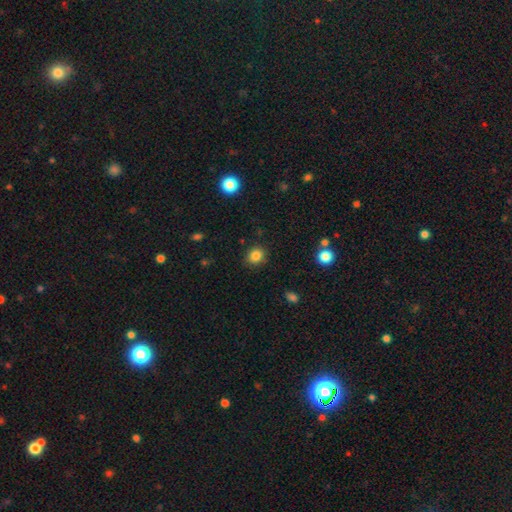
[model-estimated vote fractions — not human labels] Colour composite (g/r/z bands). It shows a smooth galaxy with no disk features (84%) that is round (71%). Merging: none (88%).